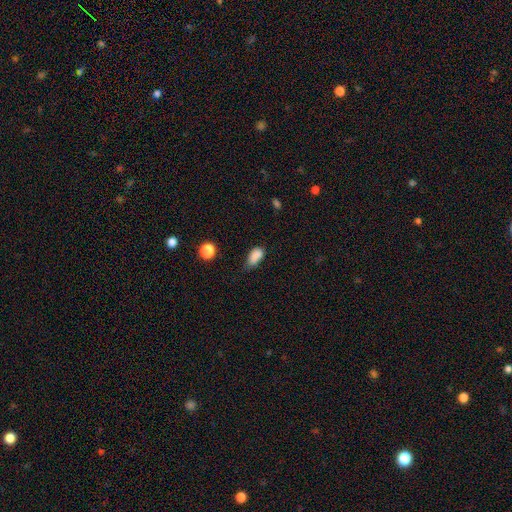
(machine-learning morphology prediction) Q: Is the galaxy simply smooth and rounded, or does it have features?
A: smooth — 83%.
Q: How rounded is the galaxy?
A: in between — 87%.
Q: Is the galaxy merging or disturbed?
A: none — 44%.